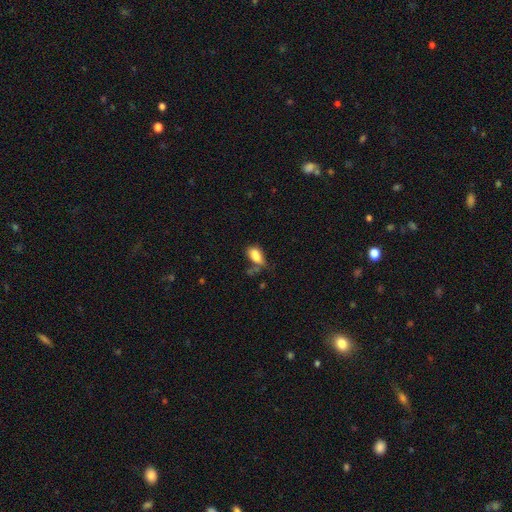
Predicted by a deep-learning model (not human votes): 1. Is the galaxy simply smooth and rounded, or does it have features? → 82% smooth, 9% star or artifact, 9% featured or disk.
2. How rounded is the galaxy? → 88% in between, 7% cigar-shaped, 5% round.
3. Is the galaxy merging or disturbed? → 43% none, 30% minor disturbance, 14% major disturbance, 12% merger.